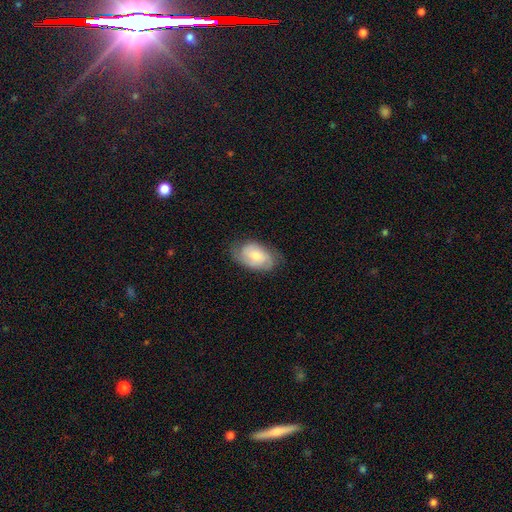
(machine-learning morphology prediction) smooth-or-featured: featured or disk: 48% | smooth: 45% | star or artifact: 7%
  merging: none: 67% | minor disturbance: 24% | major disturbance: 7% | merger: 1%